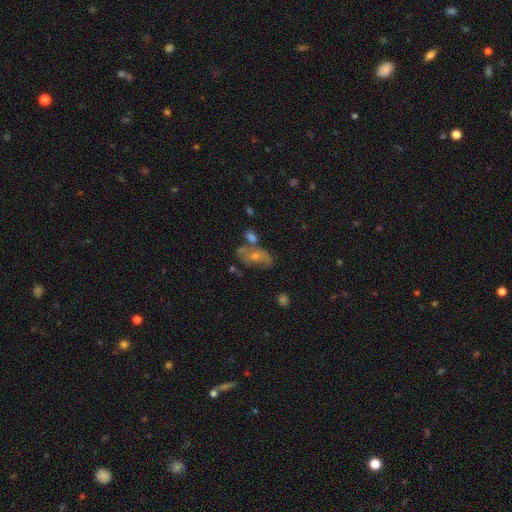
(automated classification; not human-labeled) Overall: featured or disk (50%; smooth 34%). Edge-on disk: no (90%). Merging: none (48%; merger 21%).